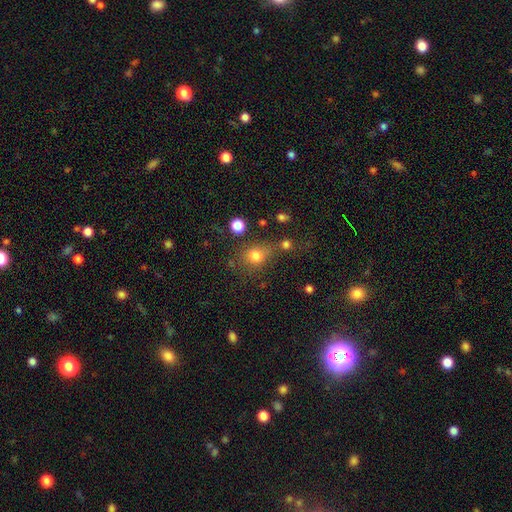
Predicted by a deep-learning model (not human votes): smooth 77%, star or artifact 15%, featured or disk 8%. Down the decision tree: how rounded — round (67%); merging — none (59%).